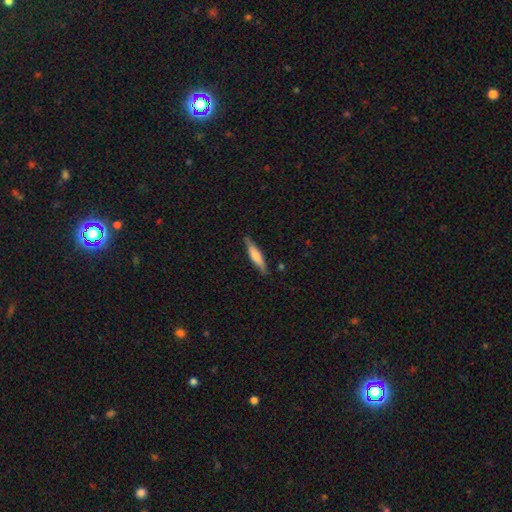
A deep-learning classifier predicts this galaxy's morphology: Smooth or featured?
  - smooth: 61% *
  - featured or disk: 33%
  - star or artifact: 5%
How rounded?
  - cigar-shaped: 84% *
  - in between: 15%
  - round: 1%
Merging?
  - none: 84% *
  - minor disturbance: 12%
  - major disturbance: 2%
  - merger: 1%